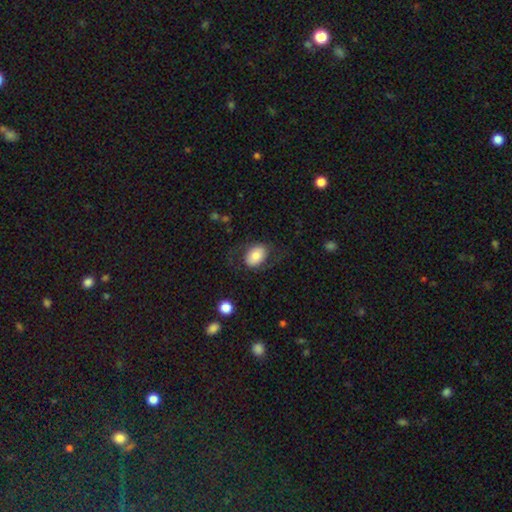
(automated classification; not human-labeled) Smooth or featured: smooth — 72% (featured or disk — 21%)
How rounded: in between — 79% (round — 20%)
Merging: none — 69% (minor disturbance — 16%)